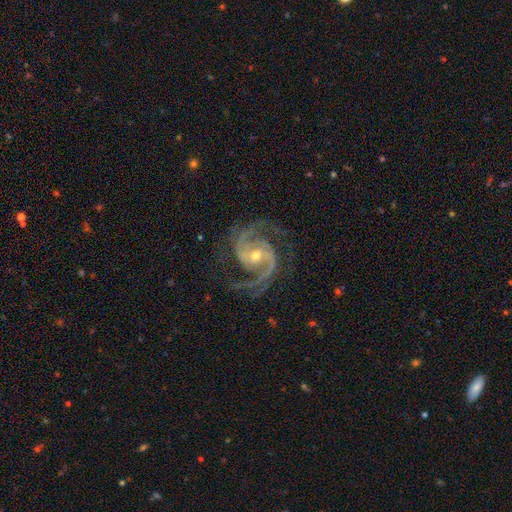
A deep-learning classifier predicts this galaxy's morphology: smooth-or-featured: featured or disk: 94% | star or artifact: 4% | smooth: 2%
  disk-edge-on: no: 98% | yes: 2%
    bar: no: 41% | weak: 40% | strong: 19%
    has-spiral-arms: yes: 99% | no: 1%
      spiral-winding: medium: 61% | tight: 27% | loose: 12%
      spiral-arm-count: 2: 71% | 3: 17% | can't tell: 3% | 4: 3% | 1: 3% | more than 4: 3%
    bulge-size: moderate: 53% | small: 44% | large: 2% | none: 1% | dominant: 1%
  merging: none: 76% | minor disturbance: 15% | major disturbance: 8% | merger: 1%